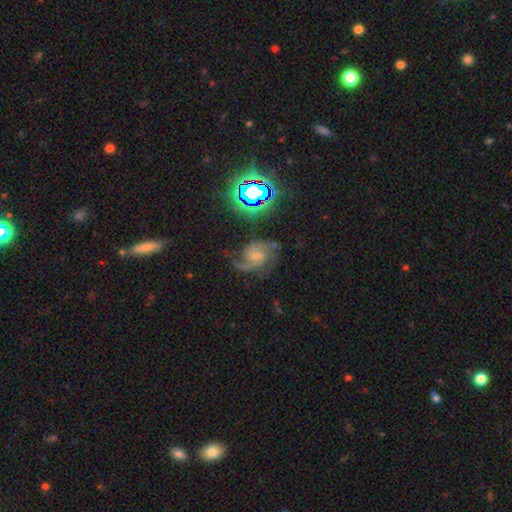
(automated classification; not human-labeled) Smooth or featured?
  - featured or disk: 81% *
  - star or artifact: 11%
  - smooth: 8%
Edge-on disk?
  - no: 98% *
  - yes: 2%
Bar?
  - no: 53% *
  - weak: 38%
  - strong: 9%
Spiral arms?
  - yes: 97% *
  - no: 3%
Spiral winding?
  - medium: 50% *
  - loose: 36%
  - tight: 14%
Spiral arm count?
  - 2: 83% *
  - 1: 5%
  - 3: 5%
  - can't tell: 4%
  - 4: 2%
  - more than 4: 2%
Bulge size?
  - small: 45% *
  - moderate: 32%
  - none: 15%
  - large: 6%
  - dominant: 2%
Merging?
  - none: 61% *
  - minor disturbance: 20%
  - major disturbance: 16%
  - merger: 3%